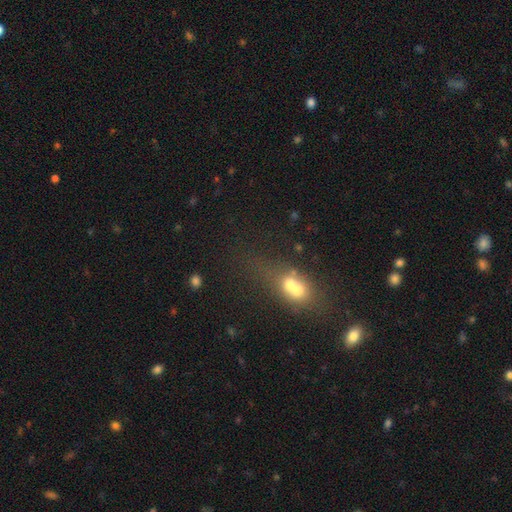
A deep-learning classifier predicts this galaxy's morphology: A smooth galaxy with no disk features (53%) that is in between round and cigar-shaped (60%). Merging: none (39%).